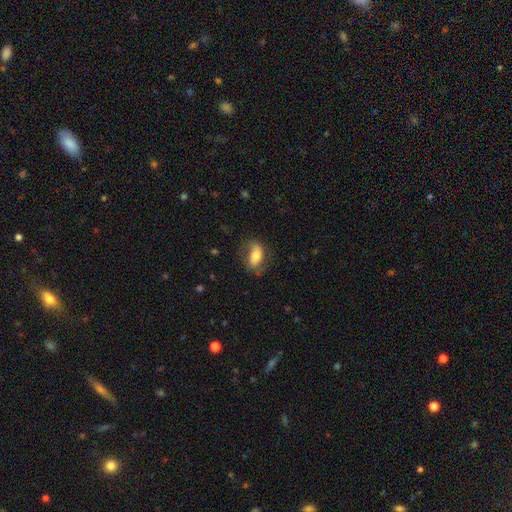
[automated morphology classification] Overall: smooth (60%; featured or disk 33%). How rounded: in between (84%). Merging: none (67%).